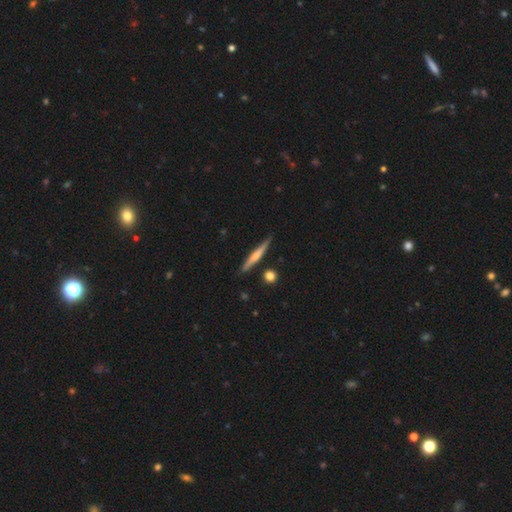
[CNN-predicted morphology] This is possibly a featured or disk galaxy (50%). It is clearly viewed edge-on (96%). Merging: clearly none (84%).